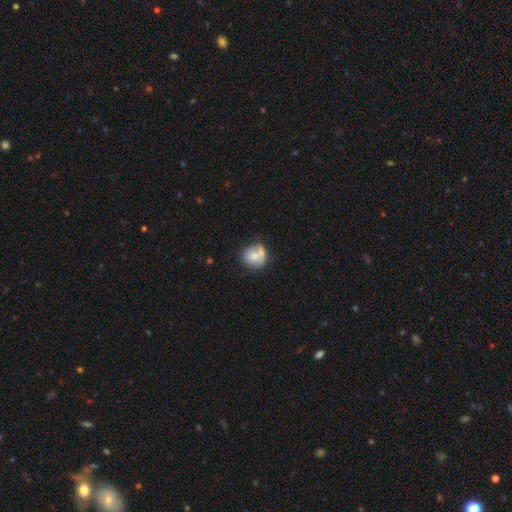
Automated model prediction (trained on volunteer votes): A smooth galaxy with no disk features (70%) that is round (77%). Merging: none (45%).